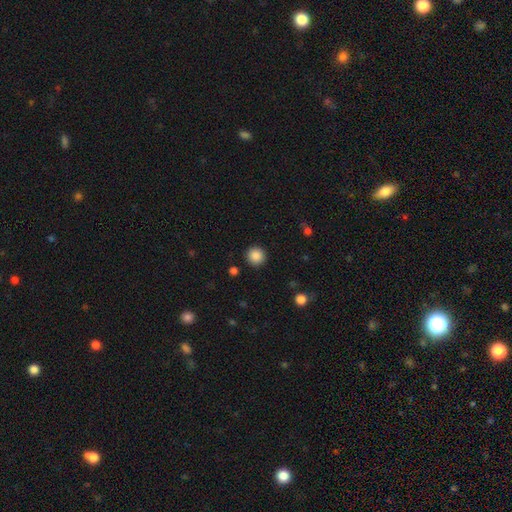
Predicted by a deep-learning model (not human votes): Overall: smooth (88%). How rounded: round (95%). Merging: none (92%).